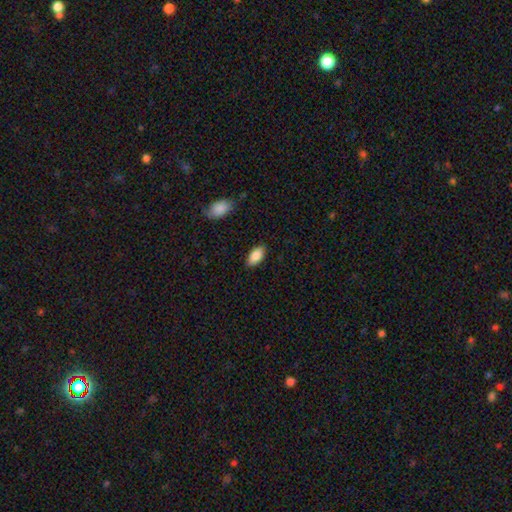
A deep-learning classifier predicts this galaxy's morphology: smooth 87%, star or artifact 7%, featured or disk 6%. Down the decision tree: how rounded — in between (92%); merging — none (87%).